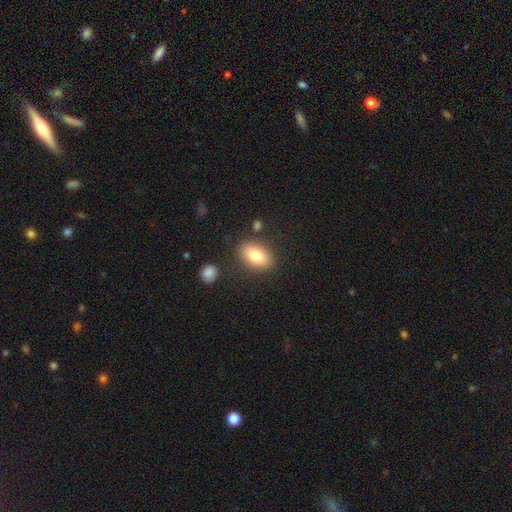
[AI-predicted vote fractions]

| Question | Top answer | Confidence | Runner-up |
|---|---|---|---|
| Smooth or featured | smooth | 82% | featured or disk (11%) |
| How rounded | in between | 89% | round (9%) |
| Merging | none | 82% | minor disturbance (11%) |